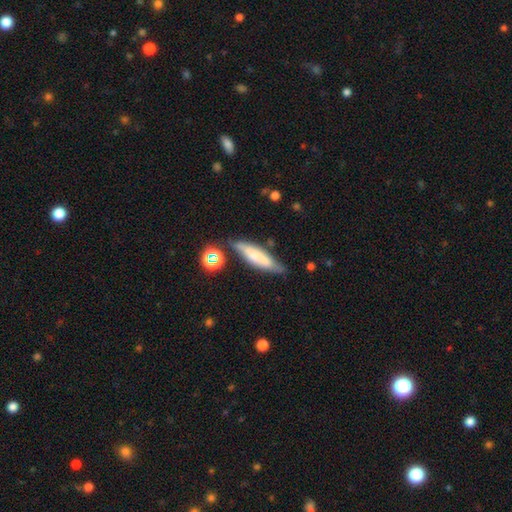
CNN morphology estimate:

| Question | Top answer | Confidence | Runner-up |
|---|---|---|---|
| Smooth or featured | smooth | 58% | featured or disk (33%) |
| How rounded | cigar-shaped | 74% | in between (24%) |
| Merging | none | 71% | minor disturbance (19%) |